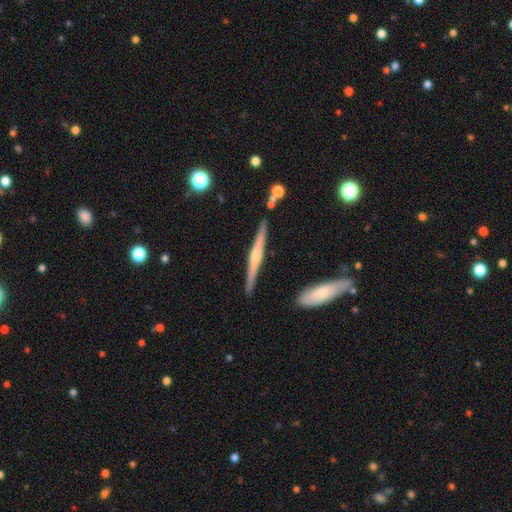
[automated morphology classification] type=featured or disk (75%); edge-on=yes (97%); edge-on bulge=rounded (78%); merging=none (83%).